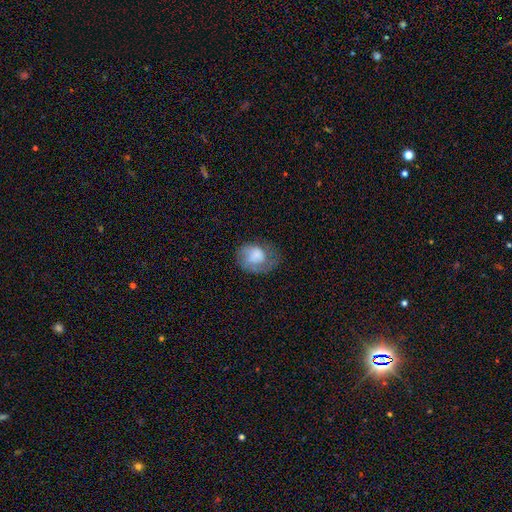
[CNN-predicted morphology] Smooth or featured? Predicted: smooth (p=0.55). How rounded? Predicted: in between (p=0.54). Merging? Predicted: none (p=0.45).